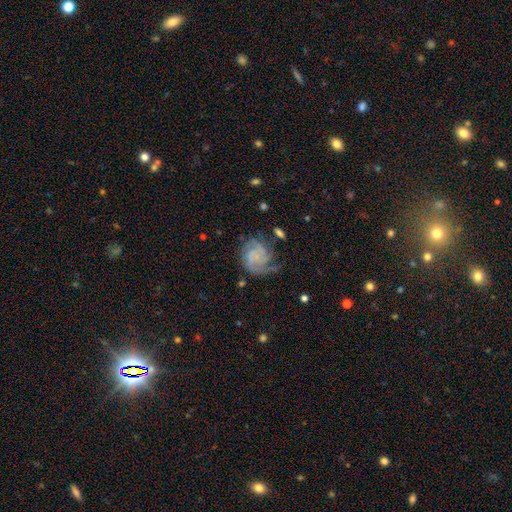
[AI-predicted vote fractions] Smooth or featured?
  - featured or disk: 71% *
  - smooth: 21%
  - star or artifact: 8%
Edge-on disk?
  - no: 98% *
  - yes: 2%
Bar?
  - no: 70% *
  - weak: 26%
  - strong: 4%
Spiral arms?
  - yes: 92% *
  - no: 8%
Spiral winding?
  - tight: 45% *
  - medium: 37%
  - loose: 19%
Spiral arm count?
  - 2: 27% *
  - 3: 26%
  - can't tell: 25%
  - 1: 9%
  - 4: 7%
  - more than 4: 5%
Bulge size?
  - none: 48% *
  - small: 39%
  - moderate: 9%
  - large: 3%
  - dominant: 1%
Merging?
  - none: 54% *
  - minor disturbance: 23%
  - major disturbance: 21%
  - merger: 3%